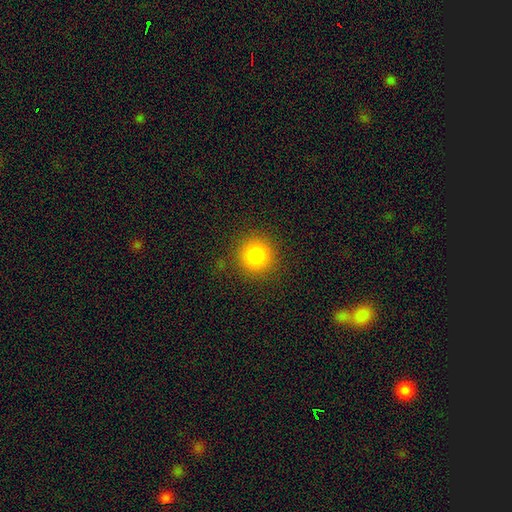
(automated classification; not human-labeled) Overall: smooth (85%). How rounded: round (94%). Merging: none (88%).